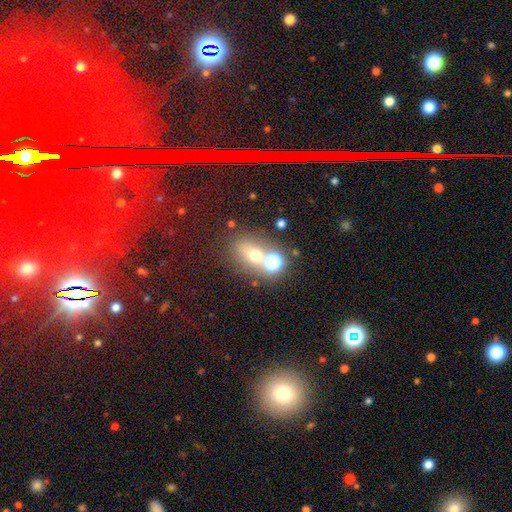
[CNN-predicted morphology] type=smooth (56%); roundness=in between (50%); merging=none (52%).